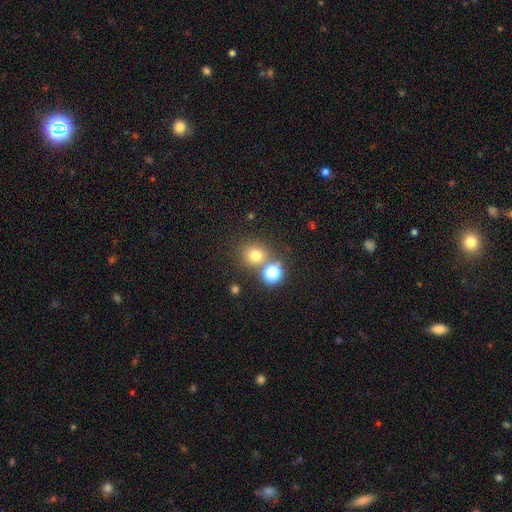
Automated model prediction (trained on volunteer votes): smooth_or_featured: smooth (p=0.71) [alt: star or artifact p=0.21]
how_rounded: round (p=0.88) [alt: in between p=0.11]
merging: none (p=0.70) [alt: merger p=0.18]